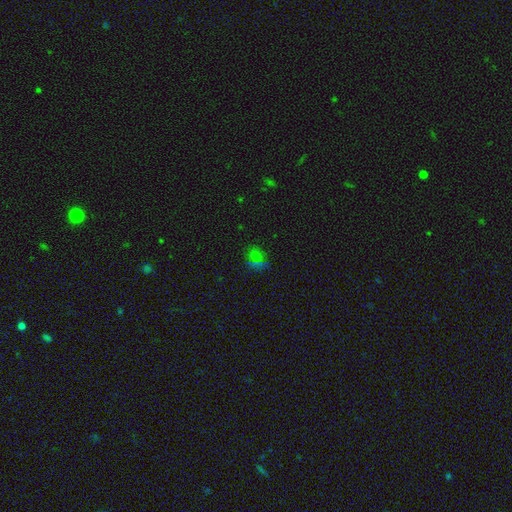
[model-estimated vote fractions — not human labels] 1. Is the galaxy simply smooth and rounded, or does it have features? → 48% smooth, 44% star or artifact, 8% featured or disk.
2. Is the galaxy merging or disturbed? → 69% none, 15% minor disturbance, 9% merger, 8% major disturbance.